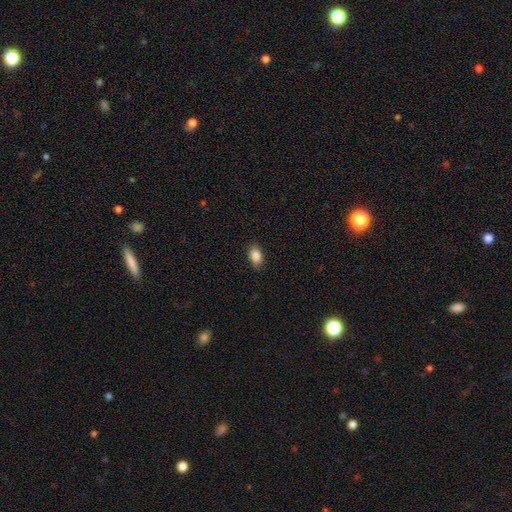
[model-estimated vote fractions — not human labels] Morphology: type=smooth (87%); roundness=in between (89%); merging=none (86%).